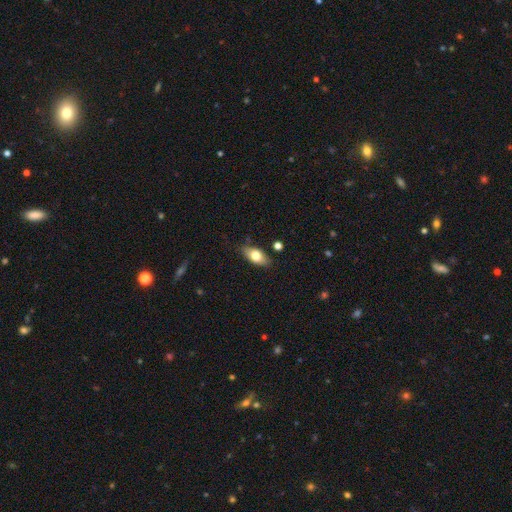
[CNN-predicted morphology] Smooth or featured? smooth (69%)
How rounded? in between (85%)
Merging? none (79%)